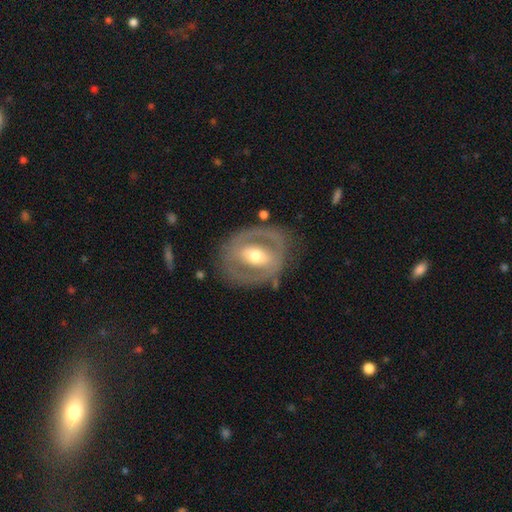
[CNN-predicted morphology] Overall: featured or disk (71%). Edge-on disk: no (94%). Bar: strong (40%; weak 33%). Spiral arms: no (61%; yes 39%). Bulge size: moderate (70%). Merging: none (76%).